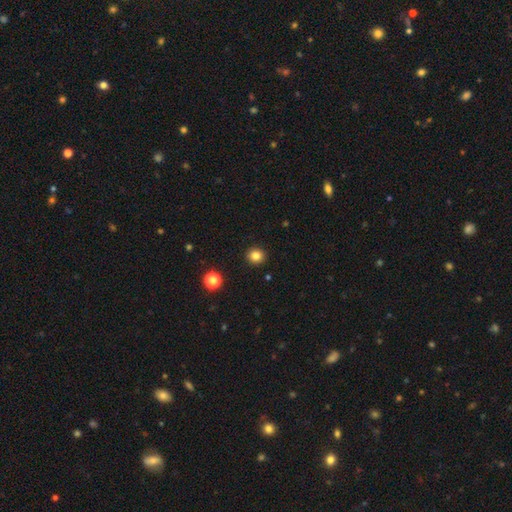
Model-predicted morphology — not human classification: smooth 83%, star or artifact 12%, featured or disk 5%. Down the decision tree: how rounded — round (89%); merging — none (92%).